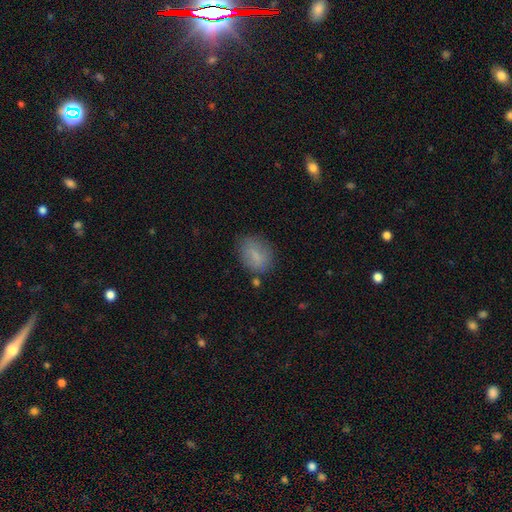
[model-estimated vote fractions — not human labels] Smooth or featured: smooth — 79% (featured or disk — 12%)
How rounded: in between — 71% (round — 27%)
Merging: none — 73% (minor disturbance — 18%)